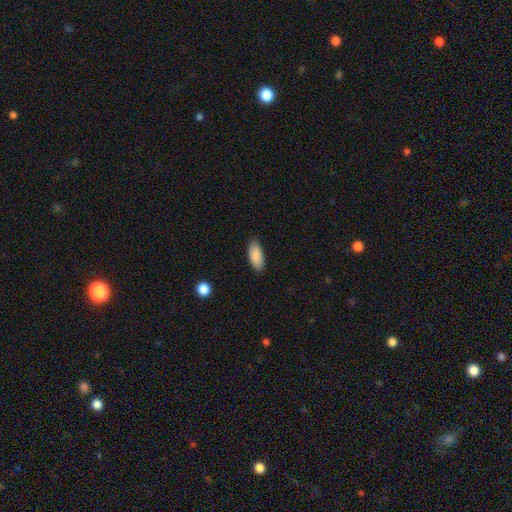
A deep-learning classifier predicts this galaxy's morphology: Smooth or featured? Predicted: smooth (p=0.88). How rounded? Predicted: in between (p=0.86). Merging? Predicted: none (p=0.86).